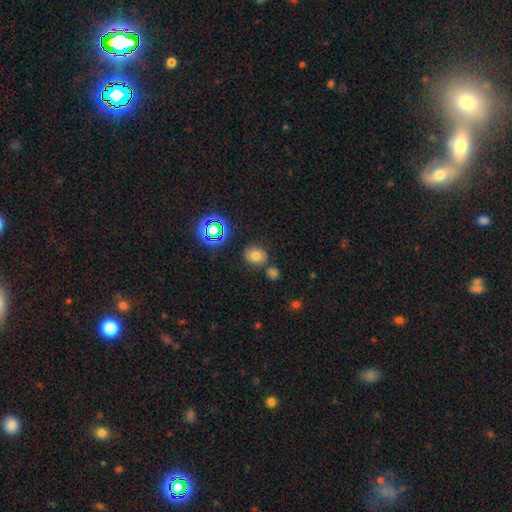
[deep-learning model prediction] Morphology: type=smooth (70%); roundness=round (63%); merging=none (73%).